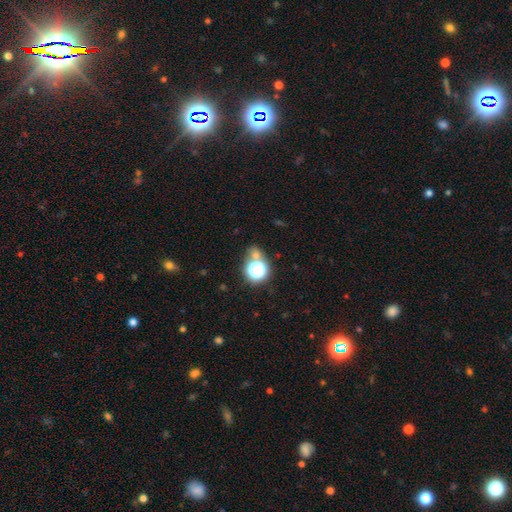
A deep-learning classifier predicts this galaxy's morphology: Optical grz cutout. It shows a smooth galaxy with no disk features (54%) that is round (78%). Merging: none (59%).